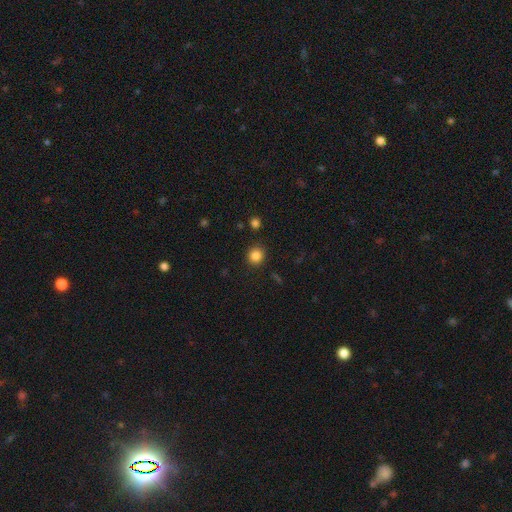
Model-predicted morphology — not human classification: smooth-or-featured: smooth: 85% | star or artifact: 11% | featured or disk: 4%
  how-rounded: round: 90% | in between: 9% | cigar-shaped: 1%
  merging: none: 89% | minor disturbance: 7% | major disturbance: 2% | merger: 2%